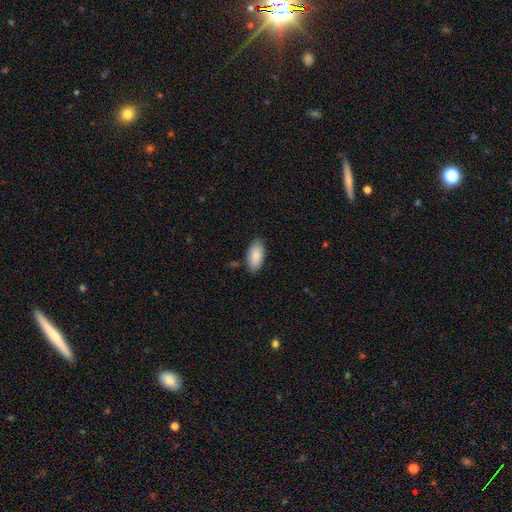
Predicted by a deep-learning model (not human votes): This appears to be a smooth galaxy with no disk features (89%) that is in between round and cigar-shaped (92%). Merging: none (85%).